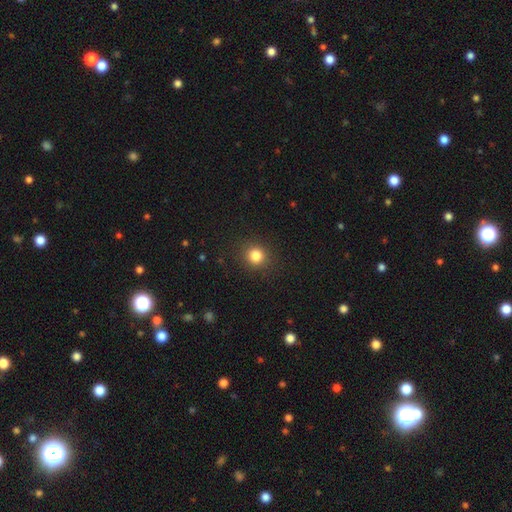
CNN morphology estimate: This is clearly a smooth galaxy (82%). How rounded: clearly round (89%). Merging: clearly none (90%).